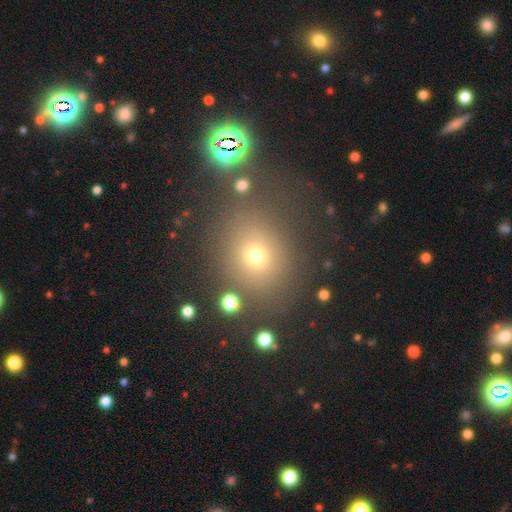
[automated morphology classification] smooth 60%, star or artifact 28%, featured or disk 12%. Down the decision tree: how rounded — round (74%); merging — none (75%).